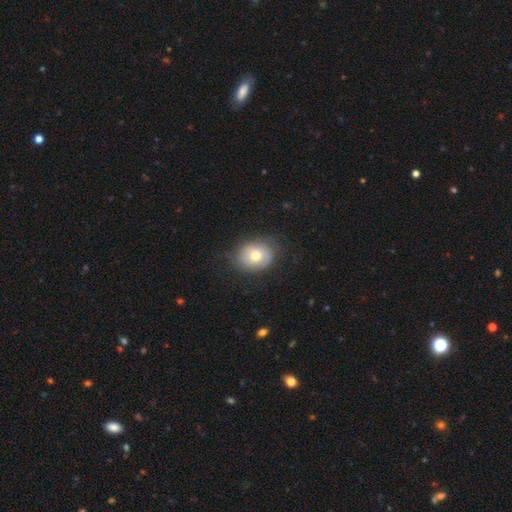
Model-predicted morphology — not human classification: This appears to be a smooth galaxy with no disk features (69%) that is in between round and cigar-shaped (51%). Merging: none (73%).